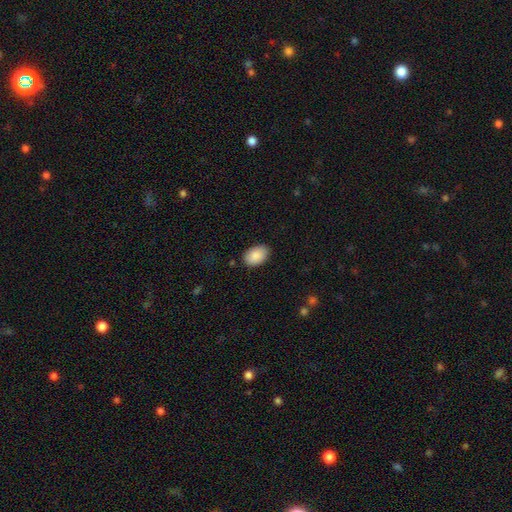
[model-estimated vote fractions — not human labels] smooth-or-featured: smooth: 89% | star or artifact: 6% | featured or disk: 5%
  how-rounded: in between: 89% | round: 10% | cigar-shaped: 1%
  merging: none: 86% | minor disturbance: 10% | major disturbance: 2% | merger: 1%